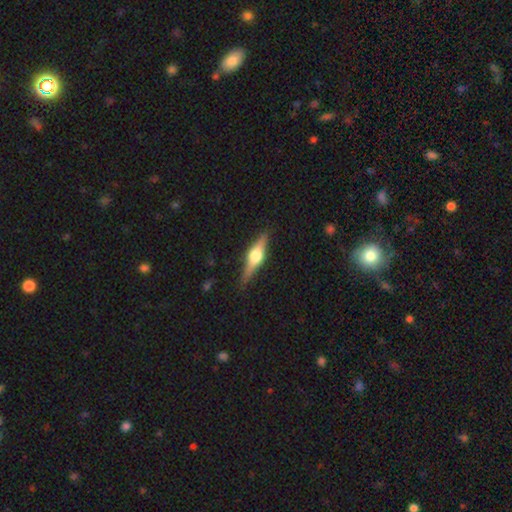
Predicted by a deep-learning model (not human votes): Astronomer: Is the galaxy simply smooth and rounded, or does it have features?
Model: featured or disk — 71%.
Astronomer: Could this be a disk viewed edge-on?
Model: yes — 97%.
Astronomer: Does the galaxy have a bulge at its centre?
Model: rounded — 94%.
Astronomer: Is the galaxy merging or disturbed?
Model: none — 87%.